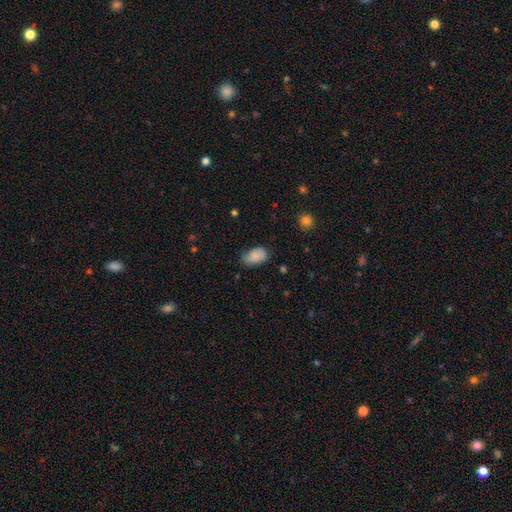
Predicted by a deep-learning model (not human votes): A smooth galaxy with no disk features (83%) that is in between round and cigar-shaped (90%).

Vote fractions:
- Smooth or featured? smooth: 83% / featured or disk: 9% / star or artifact: 8%
- How rounded? in between: 90% / round: 8% / cigar-shaped: 1%
- Merging? none: 63% / minor disturbance: 29% / major disturbance: 6% / merger: 2%